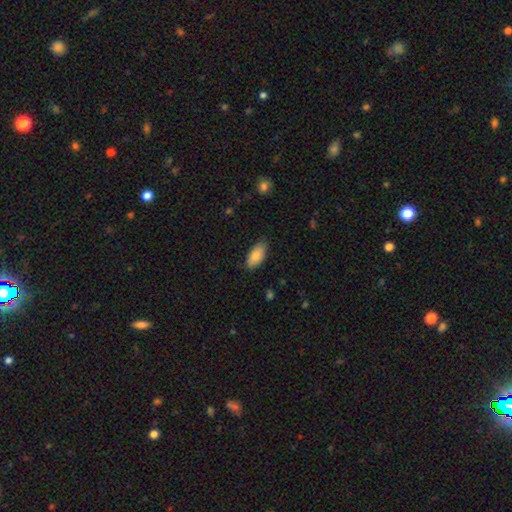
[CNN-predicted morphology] smooth_or_featured: smooth (p=0.83) [alt: featured or disk p=0.11]
how_rounded: in between (p=0.93) [alt: cigar-shaped p=0.04]
merging: none (p=0.78) [alt: minor disturbance p=0.18]